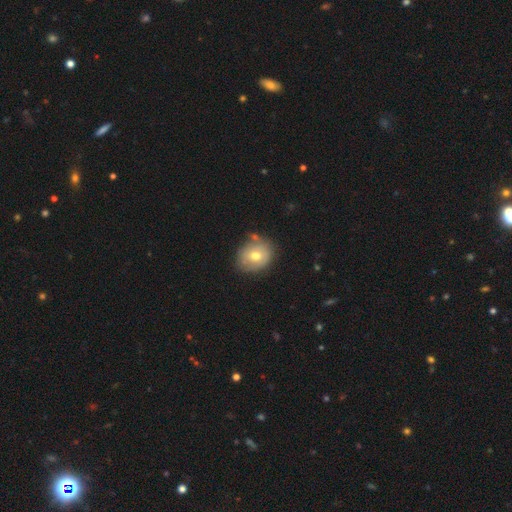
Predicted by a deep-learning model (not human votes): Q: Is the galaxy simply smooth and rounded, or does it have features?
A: smooth — 62%.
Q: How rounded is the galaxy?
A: round — 60%.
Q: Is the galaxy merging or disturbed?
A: none — 69%.